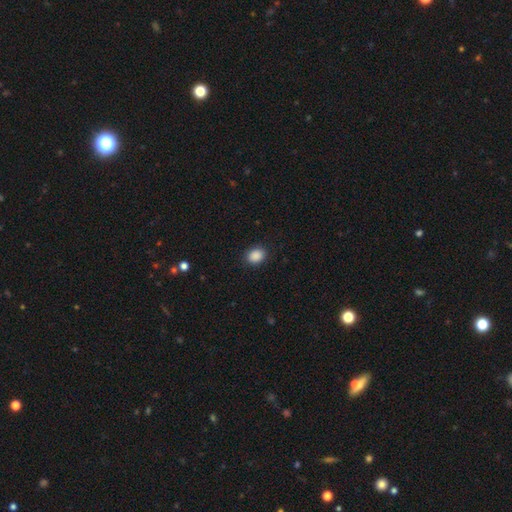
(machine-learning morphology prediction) Smooth or featured: smooth — 89% (star or artifact — 9%)
How rounded: in between — 53% (round — 46%)
Merging: none — 89% (minor disturbance — 8%)